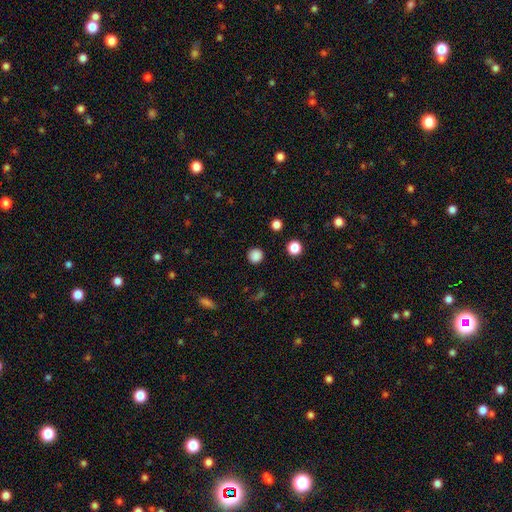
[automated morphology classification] Smooth or featured?
  - smooth: 85% *
  - star or artifact: 12%
  - featured or disk: 3%
How rounded?
  - round: 94% *
  - in between: 5%
  - cigar-shaped: 1%
Merging?
  - none: 91% *
  - minor disturbance: 6%
  - major disturbance: 2%
  - merger: 1%